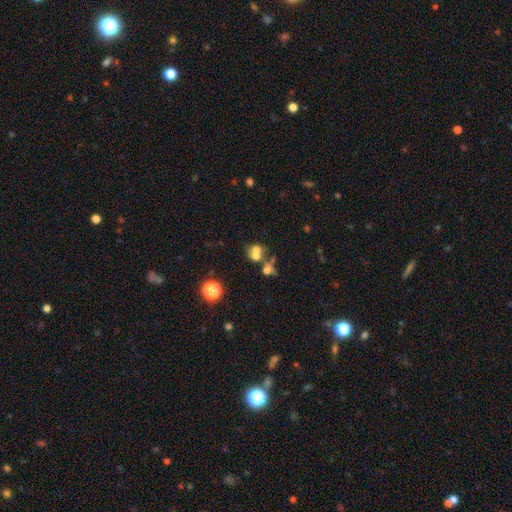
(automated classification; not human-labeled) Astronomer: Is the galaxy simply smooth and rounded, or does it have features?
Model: smooth — 59%.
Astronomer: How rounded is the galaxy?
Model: round — 73%.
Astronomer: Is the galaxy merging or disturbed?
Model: merger — 59%.